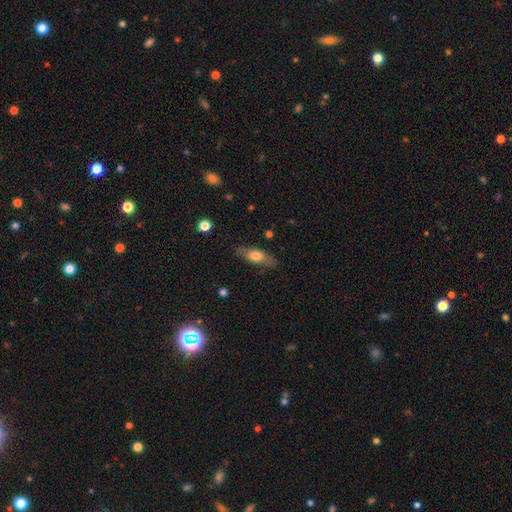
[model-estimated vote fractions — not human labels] A smooth galaxy with no disk features (62%) that is in between round and cigar-shaped (59%). Merging: none (83%).